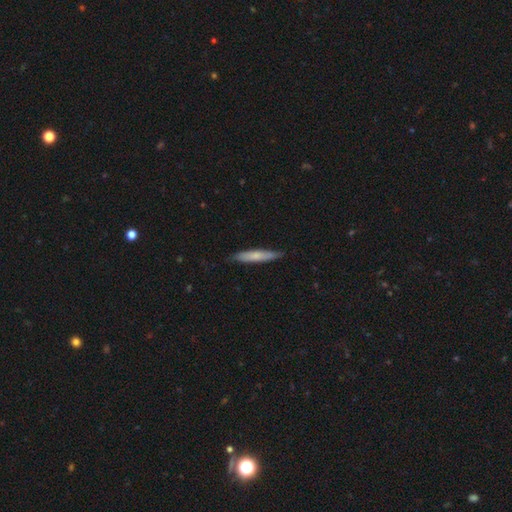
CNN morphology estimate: Smooth or featured? smooth (67%)
How rounded? cigar-shaped (91%)
Merging? none (85%)